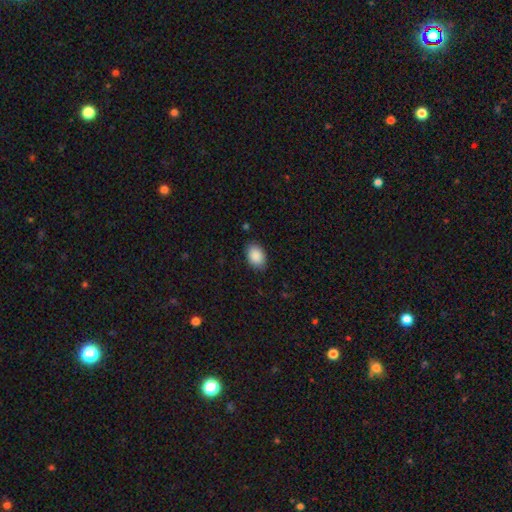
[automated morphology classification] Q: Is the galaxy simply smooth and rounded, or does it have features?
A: smooth — 90%.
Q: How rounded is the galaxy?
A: in between — 83%.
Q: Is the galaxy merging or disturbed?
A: none — 86%.